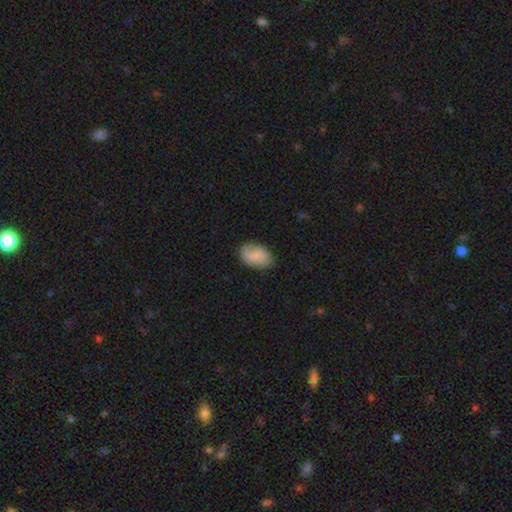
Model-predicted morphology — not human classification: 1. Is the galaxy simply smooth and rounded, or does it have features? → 72% smooth, 20% featured or disk, 7% star or artifact.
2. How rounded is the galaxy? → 87% in between, 12% round, 1% cigar-shaped.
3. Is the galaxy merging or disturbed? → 71% none, 21% minor disturbance, 6% major disturbance, 2% merger.